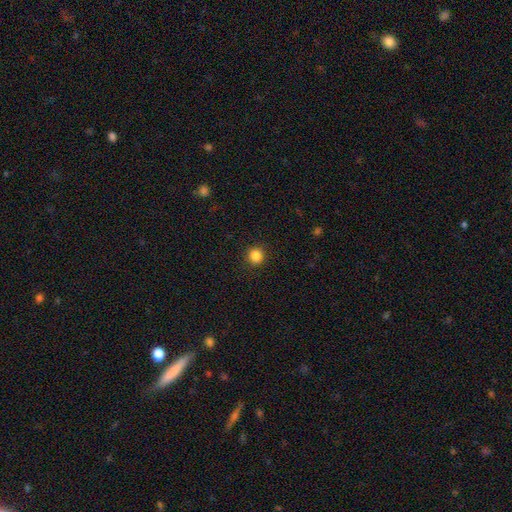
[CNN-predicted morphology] Smooth or featured? smooth (85%)
How rounded? round (90%)
Merging? none (91%)